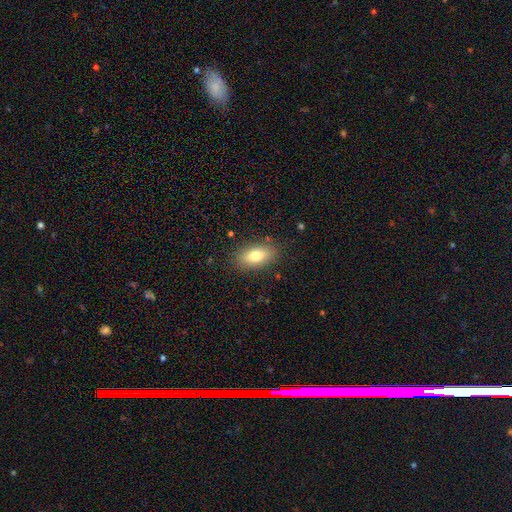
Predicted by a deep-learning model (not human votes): Smooth or featured: smooth — 74% (featured or disk — 17%)
How rounded: in between — 85% (cigar-shaped — 9%)
Merging: none — 85% (minor disturbance — 10%)